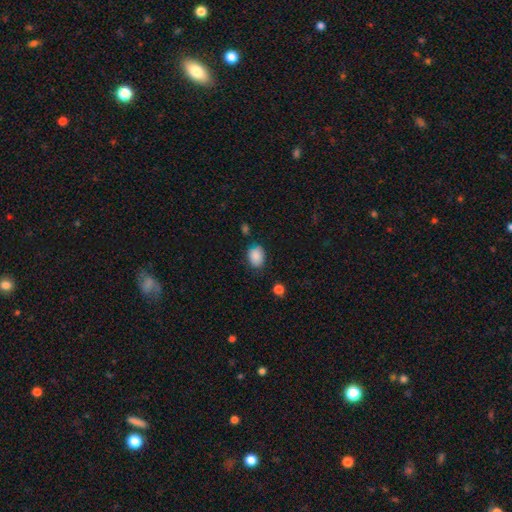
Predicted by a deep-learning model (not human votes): smooth-or-featured: smooth: 87% | star or artifact: 8% | featured or disk: 5%
  how-rounded: in between: 72% | round: 27% | cigar-shaped: 1%
  merging: none: 72% | minor disturbance: 20% | major disturbance: 5% | merger: 3%